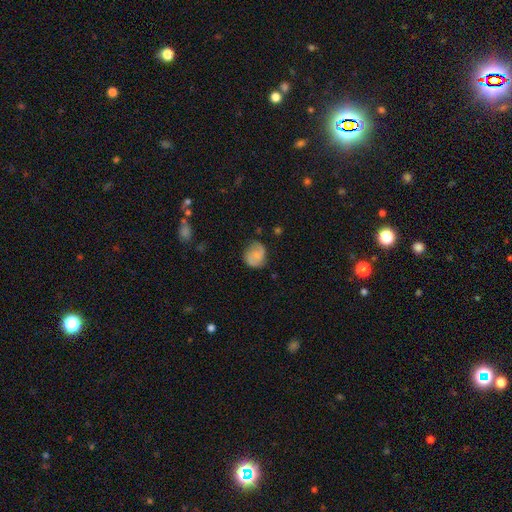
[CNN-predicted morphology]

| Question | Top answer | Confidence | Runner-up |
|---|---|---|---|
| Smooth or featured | smooth | 50% | featured or disk (41%) |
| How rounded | round | 68% | in between (30%) |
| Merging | none | 66% | minor disturbance (25%) |